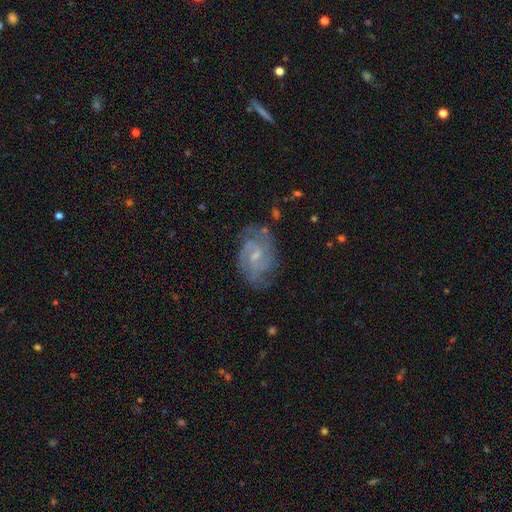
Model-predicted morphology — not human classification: Smooth or featured?
  - featured or disk: 84% *
  - smooth: 9%
  - star or artifact: 6%
Edge-on disk?
  - no: 97% *
  - yes: 3%
Bar?
  - weak: 56% *
  - no: 34%
  - strong: 9%
Spiral arms?
  - yes: 96% *
  - no: 4%
Spiral winding?
  - medium: 45% *
  - tight: 44%
  - loose: 11%
Spiral arm count?
  - 2: 55% *
  - 3: 18%
  - can't tell: 15%
  - 4: 5%
  - 1: 4%
  - more than 4: 3%
Bulge size?
  - small: 60% *
  - moderate: 28%
  - none: 10%
  - large: 1%
  - dominant: 1%
Merging?
  - none: 74% *
  - minor disturbance: 18%
  - major disturbance: 6%
  - merger: 2%